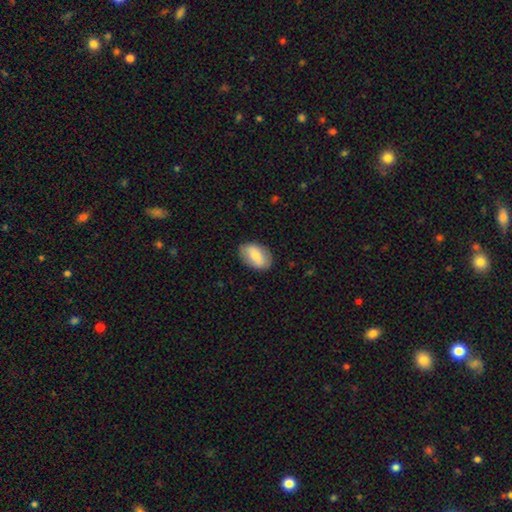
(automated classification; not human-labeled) Smooth or featured: smooth — 73% (featured or disk — 21%)
How rounded: in between — 90% (round — 8%)
Merging: none — 84% (minor disturbance — 12%)